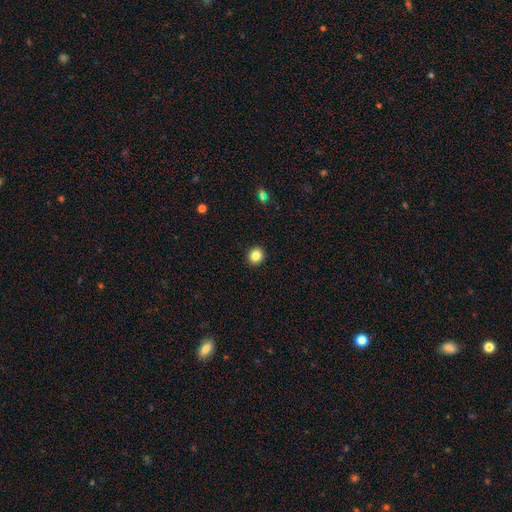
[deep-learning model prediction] The model was most divided on "smooth or featured": smooth: 84%, star or artifact: 11%, featured or disk: 4%. More confident: merging — none (93%); how rounded — round (88%).